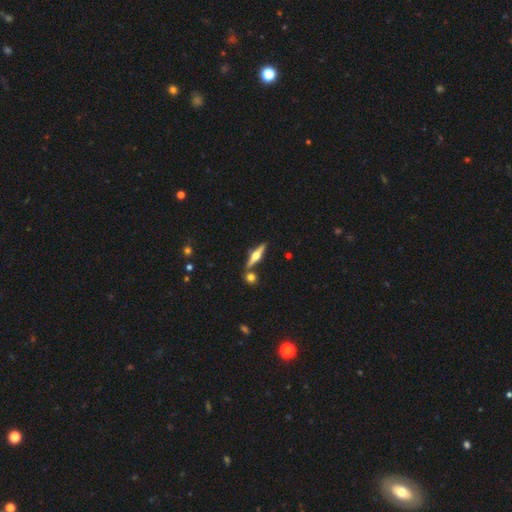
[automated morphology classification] This is likely a featured or disk galaxy (73%). It is clearly viewed edge-on (97%). Edge-on bulge: clearly rounded (95%). Merging: clearly none (81%).